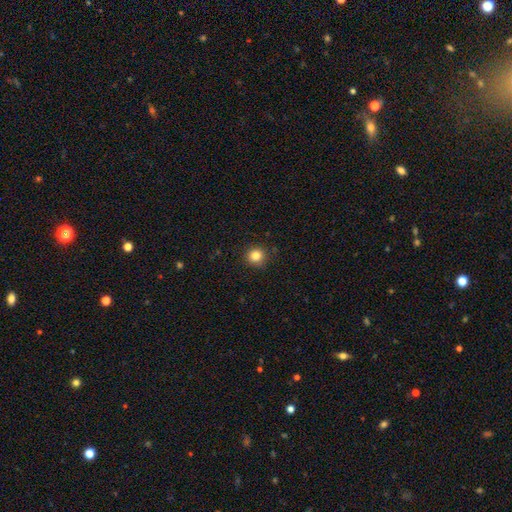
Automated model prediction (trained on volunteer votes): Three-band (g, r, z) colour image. It shows a smooth galaxy with no disk features (83%) that is round (92%). Merging: none (90%).